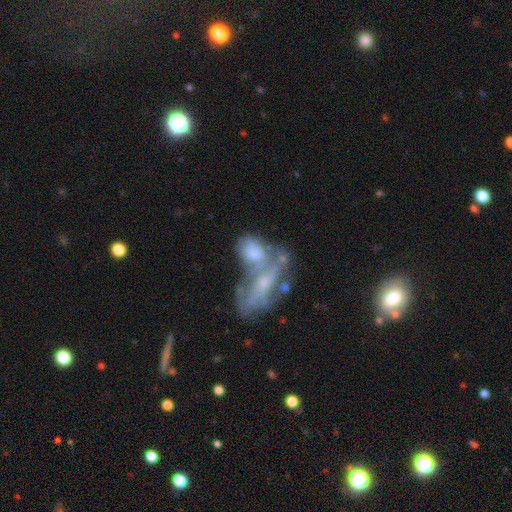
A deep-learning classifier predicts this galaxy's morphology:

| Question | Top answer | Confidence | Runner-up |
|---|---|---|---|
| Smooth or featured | featured or disk | 58% | smooth (32%) |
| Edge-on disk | no | 91% | yes (9%) |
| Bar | no | 71% | weak (21%) |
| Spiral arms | no | 52% | yes (48%) |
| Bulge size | small | 49% | moderate (30%) |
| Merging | merger | 57% | none (21%) |